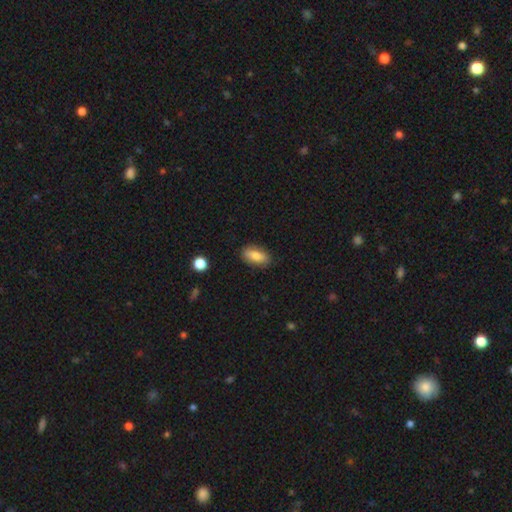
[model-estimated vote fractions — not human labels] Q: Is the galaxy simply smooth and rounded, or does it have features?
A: smooth — 84%.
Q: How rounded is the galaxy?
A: in between — 87%.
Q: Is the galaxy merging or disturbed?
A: none — 84%.